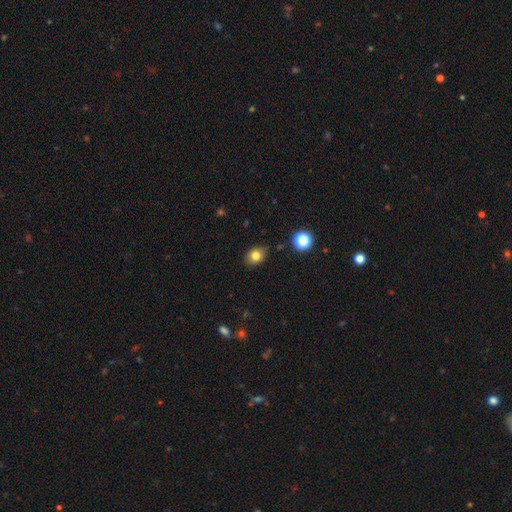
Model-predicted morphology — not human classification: smooth_or_featured: smooth (p=0.80) [alt: star or artifact p=0.12]
how_rounded: round (p=0.50) [alt: in between p=0.49]
merging: none (p=0.81) [alt: minor disturbance p=0.15]